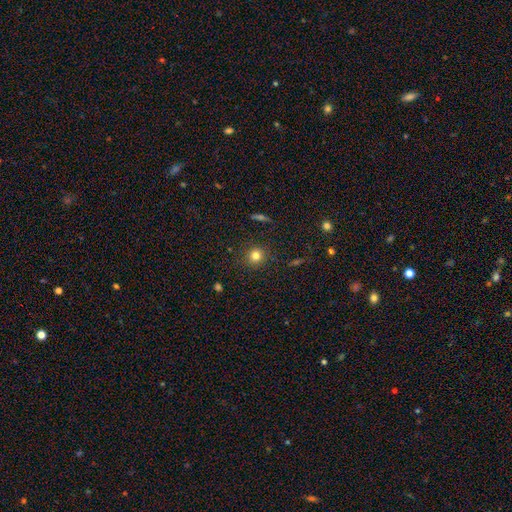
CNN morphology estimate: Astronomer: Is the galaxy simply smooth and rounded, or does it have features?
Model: smooth — 79%.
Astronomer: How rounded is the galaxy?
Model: round — 92%.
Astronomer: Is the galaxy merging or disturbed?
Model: none — 90%.